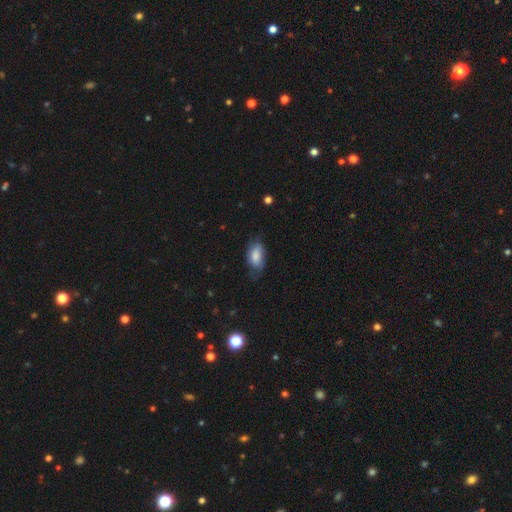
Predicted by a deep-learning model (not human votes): The model was most divided on "merging": none: 52%, minor disturbance: 32%, major disturbance: 14%, merger: 1%. More confident: how rounded — in between (91%); smooth or featured — smooth (76%).